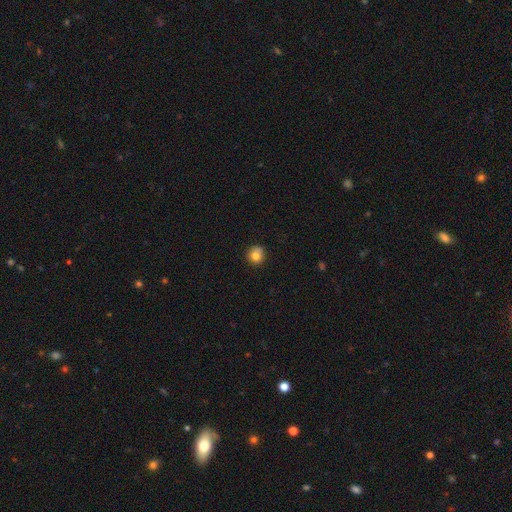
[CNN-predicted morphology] A smooth galaxy with no disk features (81%) that is round (90%). Merging: none (75%).